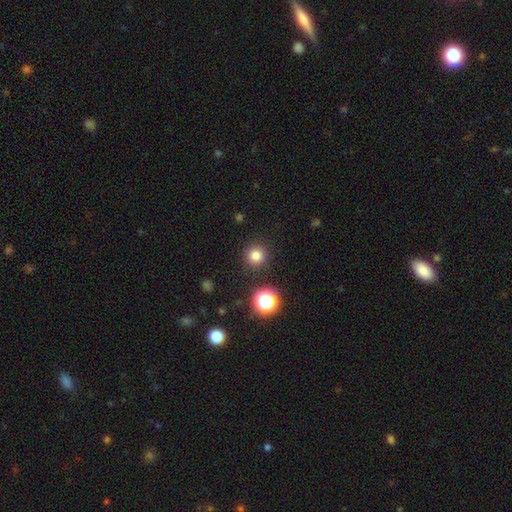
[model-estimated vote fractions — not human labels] smooth 79%, star or artifact 16%, featured or disk 5%. Down the decision tree: how rounded — round (95%); merging — none (90%).